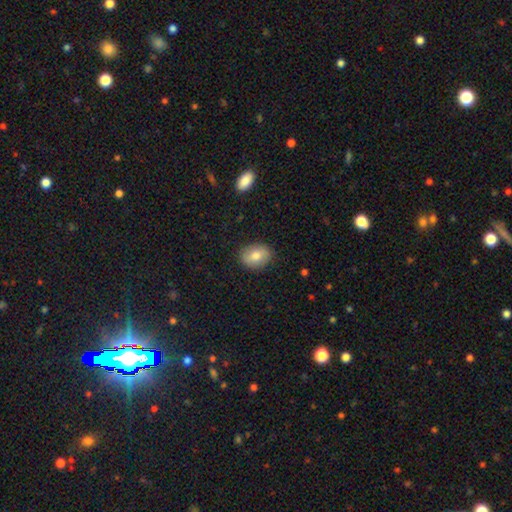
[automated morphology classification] The model was most divided on "how rounded": in between: 61%, round: 38%, cigar-shaped: 1%. More confident: merging — none (86%); smooth or featured — smooth (75%).